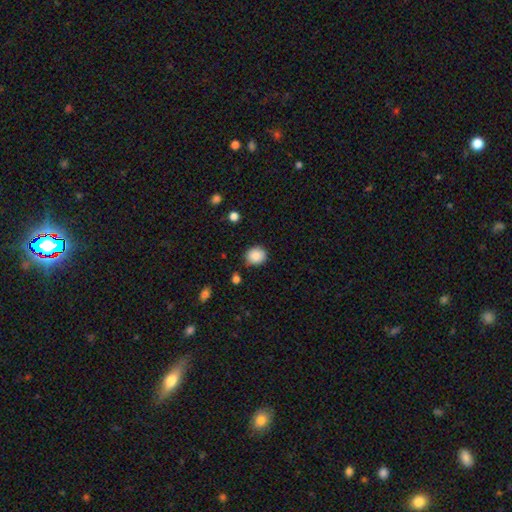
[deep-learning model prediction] Smooth or featured? Predicted: smooth (p=0.88). How rounded? Predicted: round (p=0.75). Merging? Predicted: none (p=0.82).